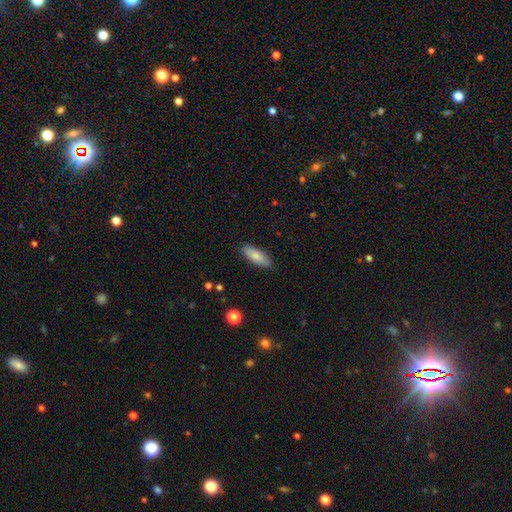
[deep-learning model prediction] Smooth or featured?
  - smooth: 82% *
  - featured or disk: 12%
  - star or artifact: 6%
How rounded?
  - in between: 63% *
  - cigar-shaped: 35%
  - round: 2%
Merging?
  - none: 86% *
  - minor disturbance: 10%
  - major disturbance: 2%
  - merger: 1%